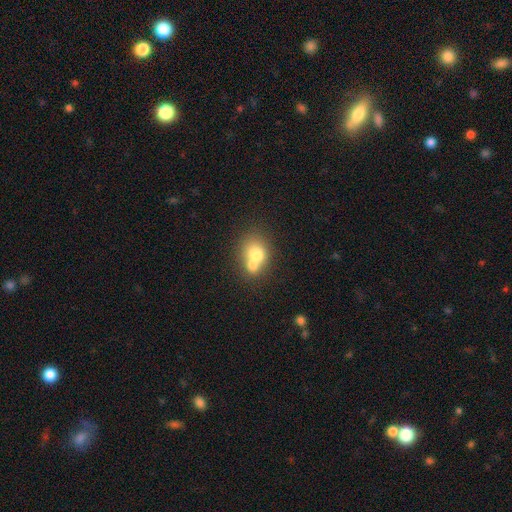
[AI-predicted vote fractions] Smooth or featured? smooth (69%)
How rounded? round (56%)
Merging? merger (61%)